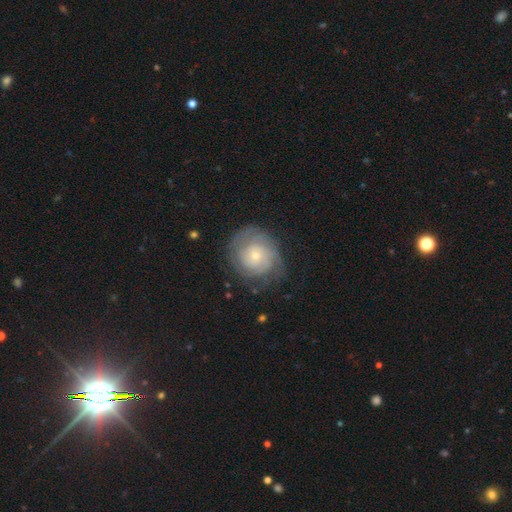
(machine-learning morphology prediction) Smooth or featured: featured or disk — 68% (smooth — 25%)
Edge-on disk: no — 97% (yes — 3%)
Bar: no — 81% (weak — 16%)
Spiral arms: yes — 87% (no — 13%)
Spiral winding: tight — 70% (medium — 22%)
Spiral arm count: can't tell — 47% (2 — 18%)
Bulge size: small — 70% (moderate — 25%)
Merging: none — 69% (minor disturbance — 19%)